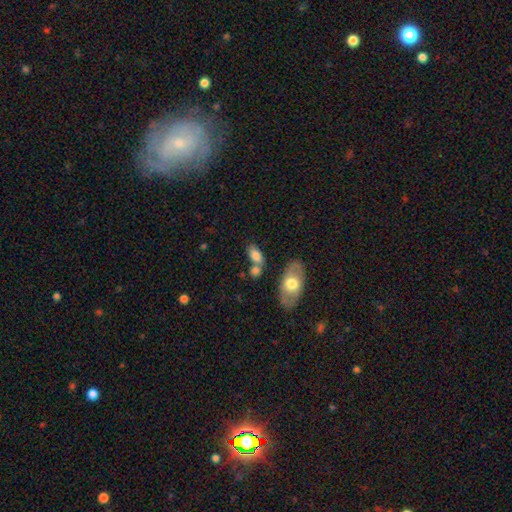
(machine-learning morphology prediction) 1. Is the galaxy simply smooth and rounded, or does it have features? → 76% smooth, 16% featured or disk, 8% star or artifact.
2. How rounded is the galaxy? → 88% in between, 6% round, 6% cigar-shaped.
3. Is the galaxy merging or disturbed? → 54% none, 25% merger, 15% minor disturbance, 5% major disturbance.